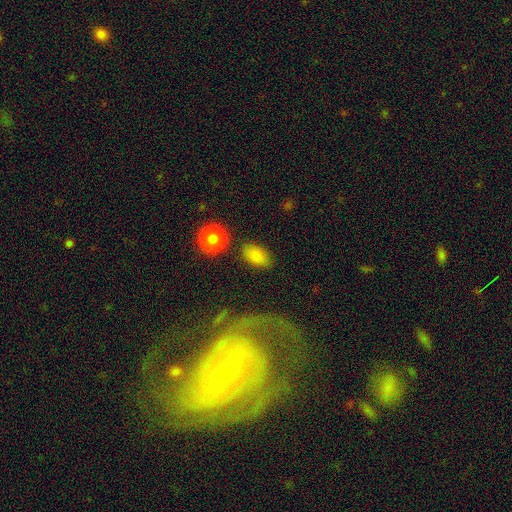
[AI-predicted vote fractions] Smooth or featured? Predicted: smooth (p=0.80). How rounded? Predicted: in between (p=0.86). Merging? Predicted: none (p=0.81).